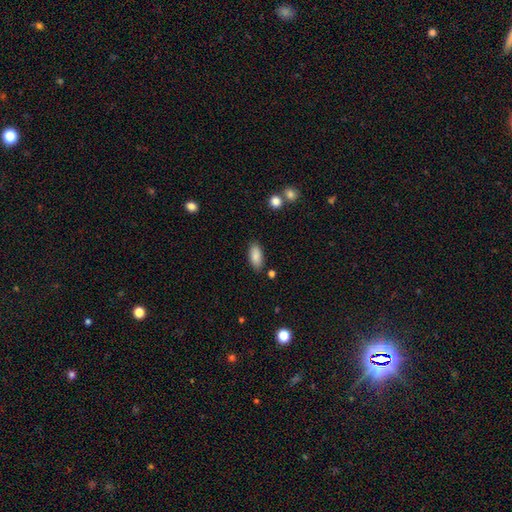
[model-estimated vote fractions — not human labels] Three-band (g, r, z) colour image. It shows a smooth galaxy with no disk features (87%) that is in between round and cigar-shaped (85%). Merging: none (84%).